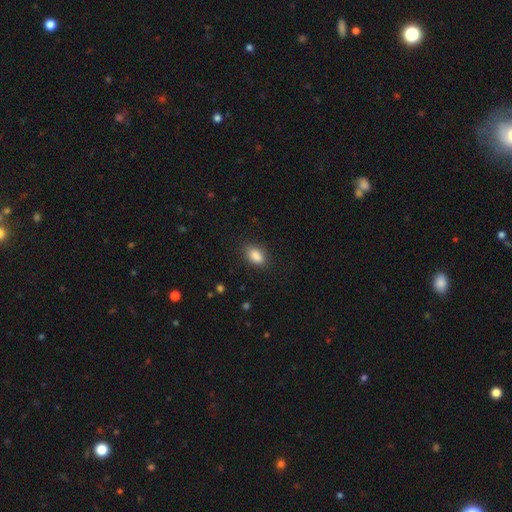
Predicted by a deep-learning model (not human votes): Morphology: type=smooth (87%); roundness=in between (87%); merging=none (81%).